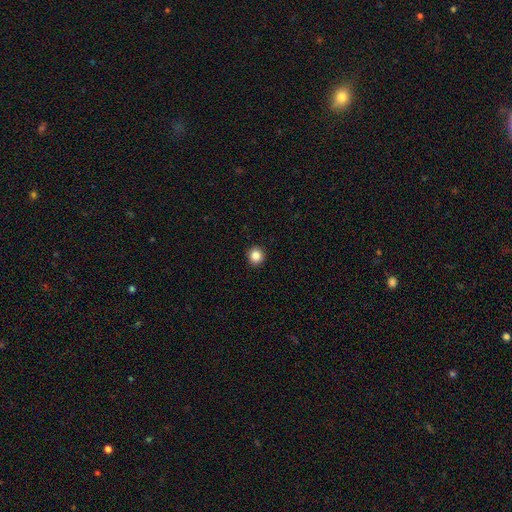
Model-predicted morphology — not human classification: type=smooth (85%); roundness=round (92%); merging=none (93%).